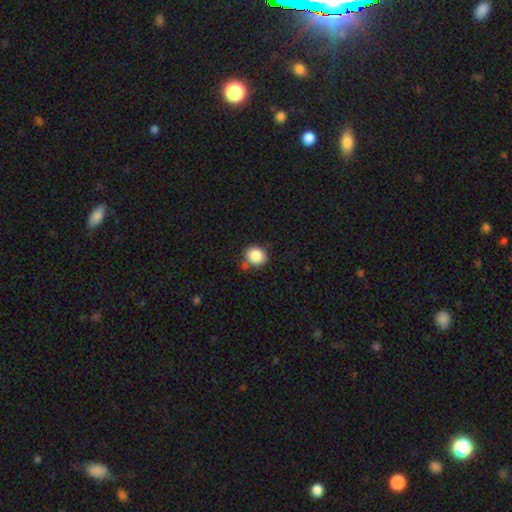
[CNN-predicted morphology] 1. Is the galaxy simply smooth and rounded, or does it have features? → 86% smooth, 9% star or artifact, 5% featured or disk.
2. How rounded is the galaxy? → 76% round, 23% in between, 1% cigar-shaped.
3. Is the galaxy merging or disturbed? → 74% none, 15% minor disturbance, 7% merger, 4% major disturbance.